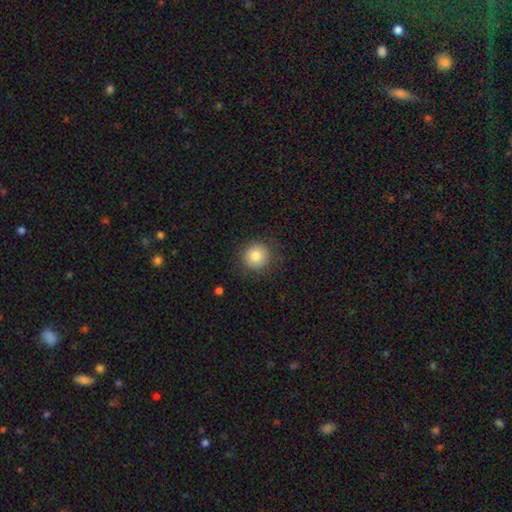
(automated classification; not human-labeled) This is clearly a smooth galaxy (82%). How rounded: clearly round (93%). Merging: clearly none (87%).